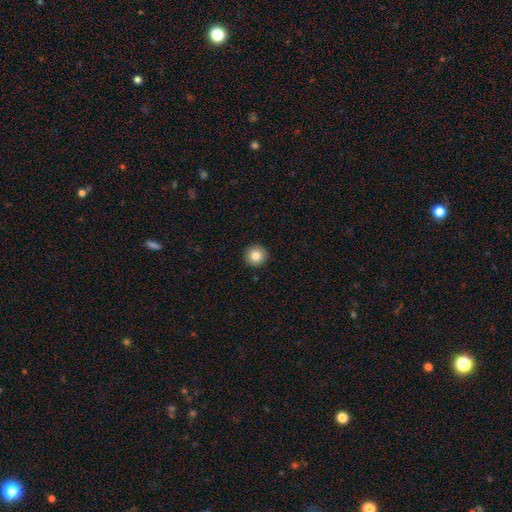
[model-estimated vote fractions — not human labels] Q: Smooth or featured?
A: smooth (84%); runner-up: star or artifact (9%)
Q: How rounded?
A: round (95%); runner-up: in between (4%)
Q: Merging?
A: none (93%); runner-up: minor disturbance (5%)